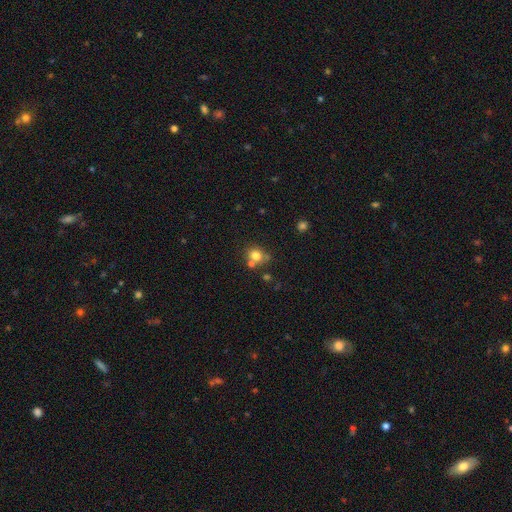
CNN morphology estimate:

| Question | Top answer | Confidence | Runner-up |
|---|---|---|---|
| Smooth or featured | smooth | 77% | star or artifact (13%) |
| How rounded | round | 74% | in between (25%) |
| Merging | none | 56% | merger (26%) |